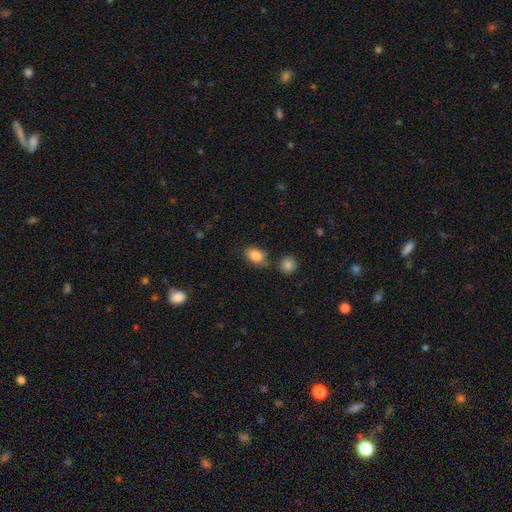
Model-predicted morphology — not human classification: smooth-or-featured: smooth: 85% | star or artifact: 8% | featured or disk: 7%
  how-rounded: in between: 84% | round: 14% | cigar-shaped: 2%
  merging: none: 67% | minor disturbance: 17% | merger: 12% | major disturbance: 4%